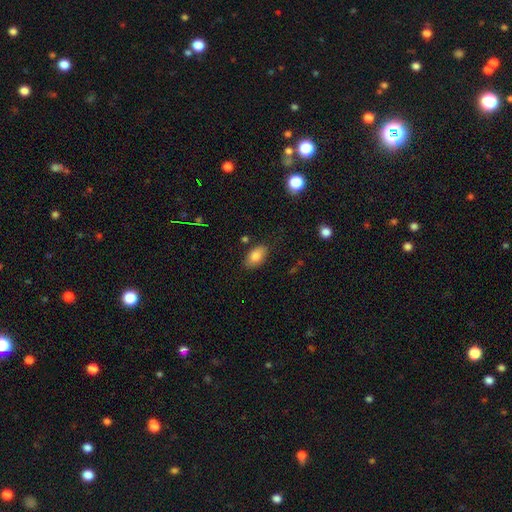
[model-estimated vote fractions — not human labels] This appears to be a smooth galaxy with no disk features (84%) that is in between round and cigar-shaped (92%). Merging: none (82%).